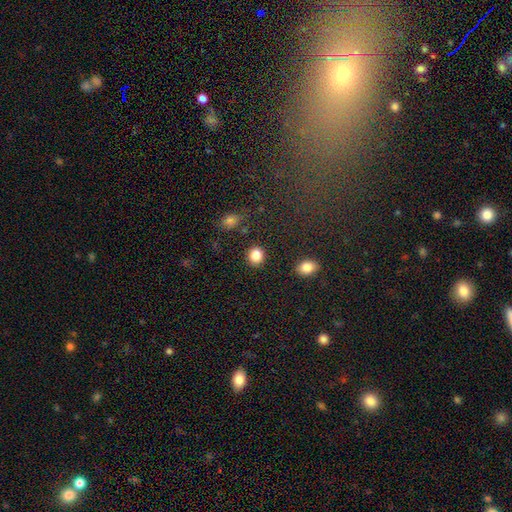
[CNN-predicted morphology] This appears to be a smooth galaxy with no disk features (86%) that is round (78%). Merging: none (88%).